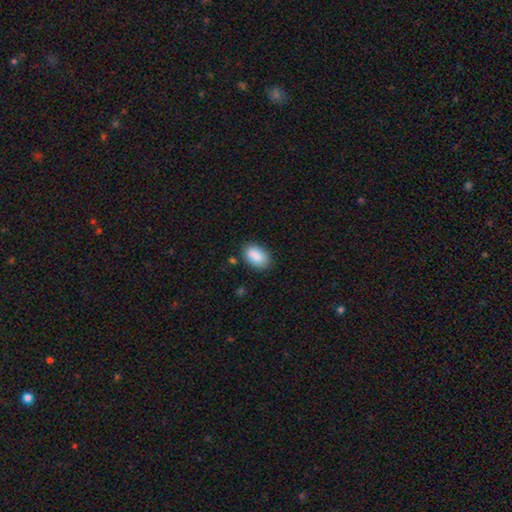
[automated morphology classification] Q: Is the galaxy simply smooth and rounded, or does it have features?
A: smooth — 89%.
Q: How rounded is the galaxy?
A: in between — 89%.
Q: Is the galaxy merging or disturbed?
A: none — 82%.